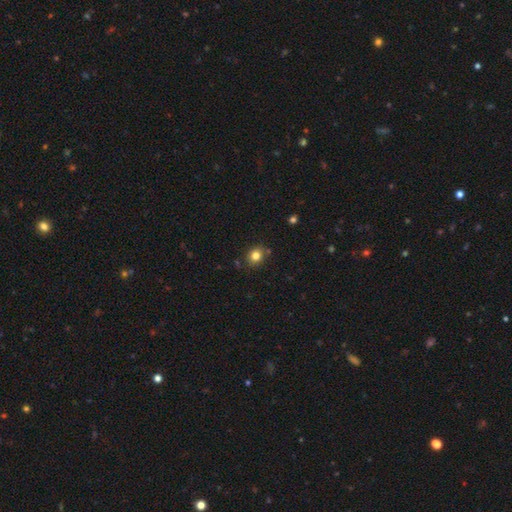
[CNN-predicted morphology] A smooth galaxy with no disk features (81%) that is round (69%). Merging: none (82%).